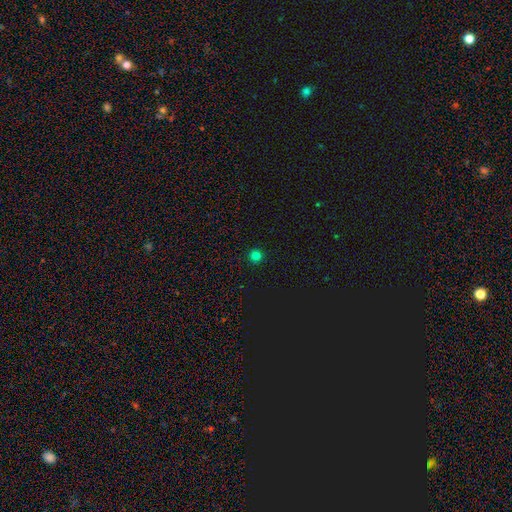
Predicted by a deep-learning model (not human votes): This appears to be a smooth galaxy with no disk features (79%) that is round (96%). Merging: none (94%).